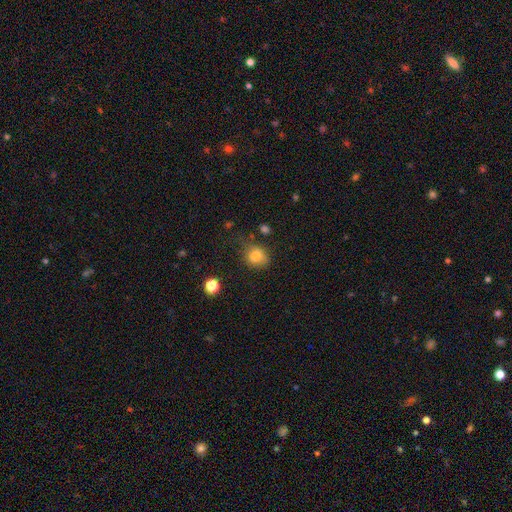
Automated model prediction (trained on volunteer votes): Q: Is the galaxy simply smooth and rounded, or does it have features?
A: smooth — 80%.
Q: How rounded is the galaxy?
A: round — 66%.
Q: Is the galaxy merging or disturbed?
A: none — 63%.